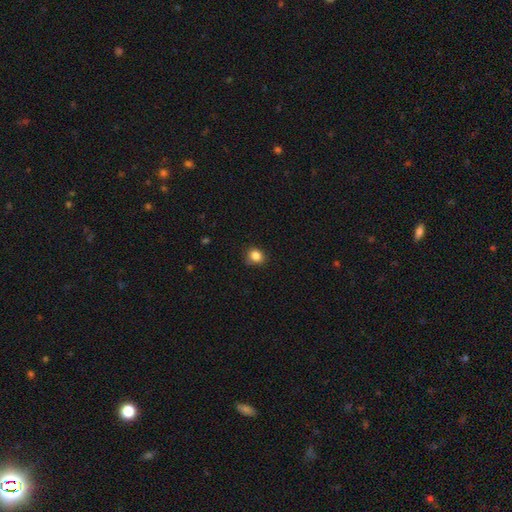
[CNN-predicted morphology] smooth-or-featured: smooth: 84% | star or artifact: 11% | featured or disk: 4%
  how-rounded: round: 72% | in between: 27% | cigar-shaped: 1%
  merging: none: 80% | minor disturbance: 16% | major disturbance: 3% | merger: 1%